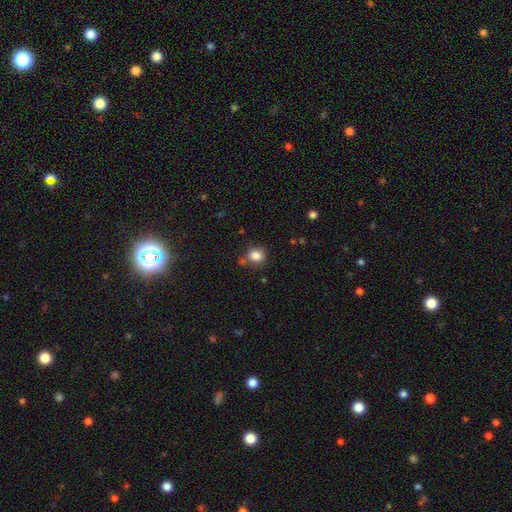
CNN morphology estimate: Smooth or featured? Predicted: smooth (p=0.84). How rounded? Predicted: round (p=0.68). Merging? Predicted: none (p=0.74).